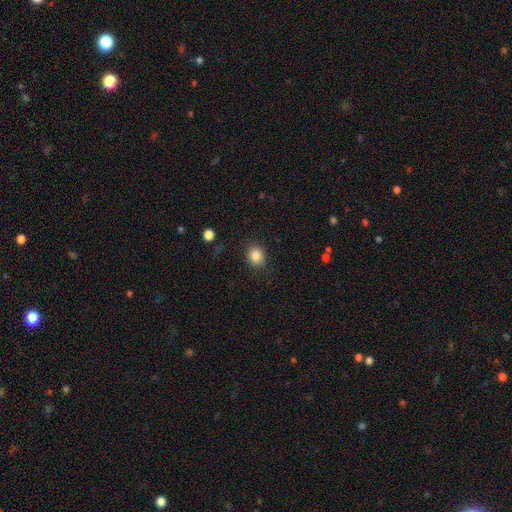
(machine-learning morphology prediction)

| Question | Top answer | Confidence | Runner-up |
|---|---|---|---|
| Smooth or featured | smooth | 85% | star or artifact (10%) |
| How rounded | round | 59% | in between (40%) |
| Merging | none | 86% | minor disturbance (10%) |